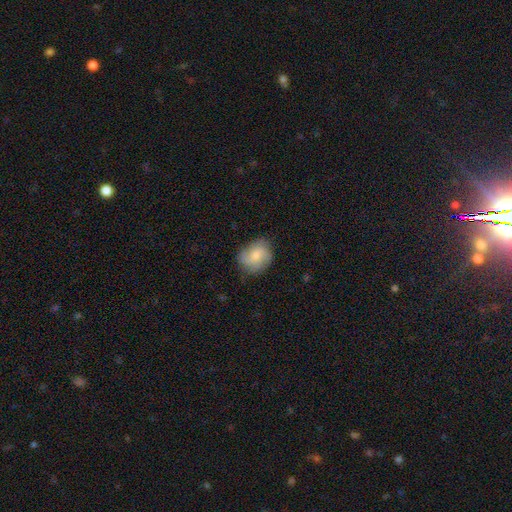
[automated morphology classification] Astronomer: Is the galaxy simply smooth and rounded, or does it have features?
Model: smooth — 47% (runner-up: featured or disk, 45%).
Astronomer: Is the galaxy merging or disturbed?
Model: none — 74%.